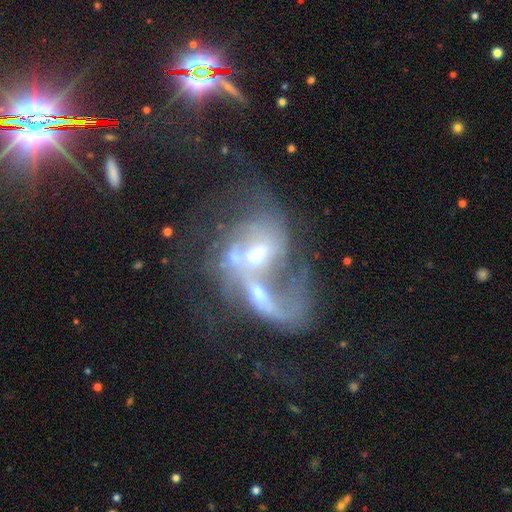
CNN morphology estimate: Smooth or featured? Predicted: featured or disk (p=0.74). Edge-on disk? Predicted: no (p=0.96). Bar? Predicted: no (p=0.49). Spiral arms? Predicted: yes (p=0.68). Bulge size? Predicted: moderate (p=0.61). Merging? Predicted: merger (p=0.65).